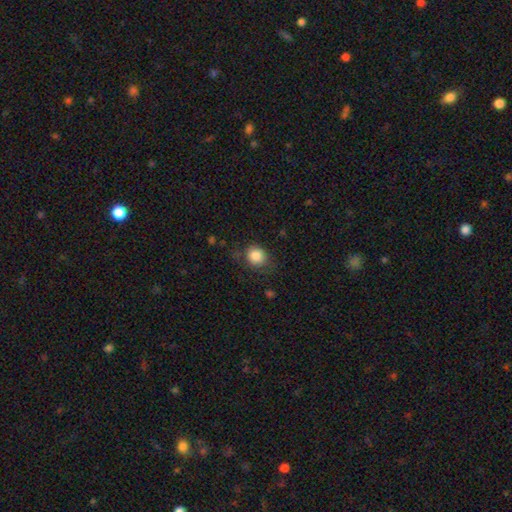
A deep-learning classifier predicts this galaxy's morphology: smooth 85%, star or artifact 9%, featured or disk 6%. Down the decision tree: how rounded — round (74%); merging — none (71%).